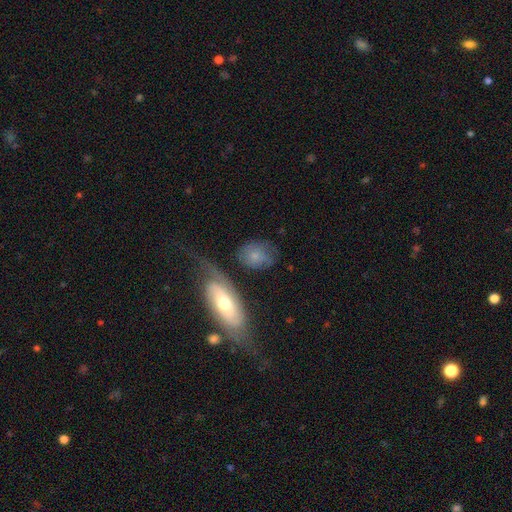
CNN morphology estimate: smooth_or_featured: smooth (p=0.64) [alt: featured or disk p=0.28]
how_rounded: in between (p=0.59) [alt: round p=0.38]
merging: none (p=0.49) [alt: minor disturbance p=0.22]